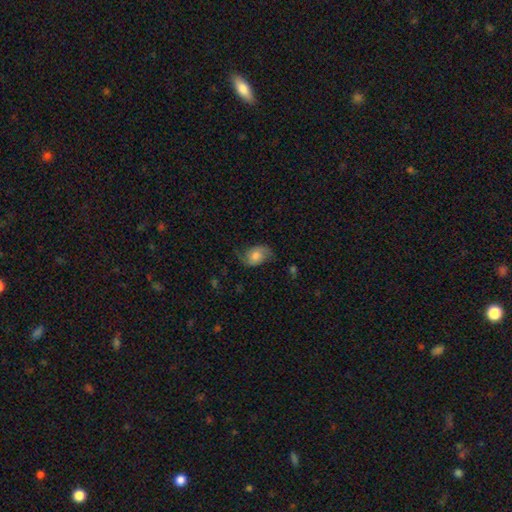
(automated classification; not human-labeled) The model was most divided on "smooth or featured": featured or disk: 52%, smooth: 40%, star or artifact: 8%. More confident: edge-on disk — no (96%); merging — none (65%).